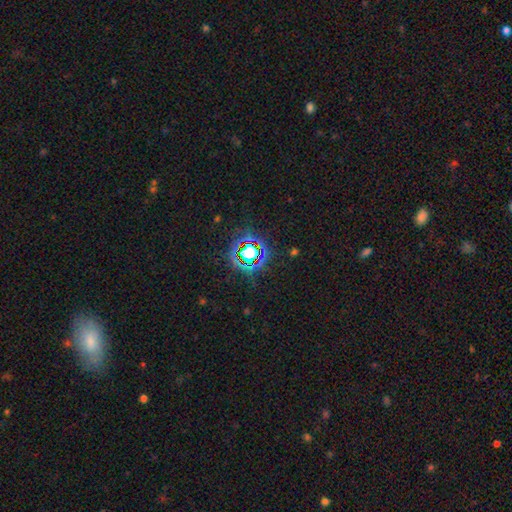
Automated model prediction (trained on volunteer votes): This is likely a star or artifact rather than a galaxy (78%).